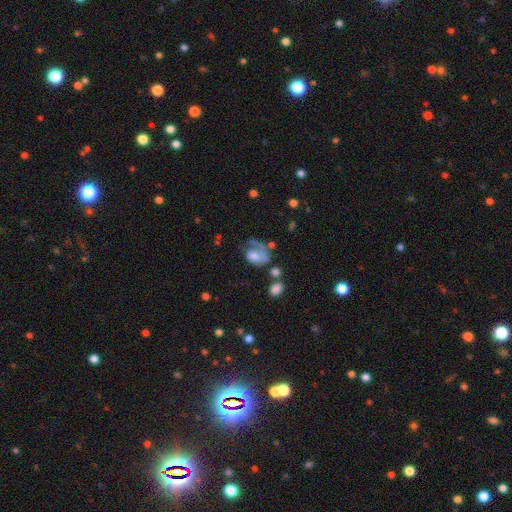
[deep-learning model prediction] This is possibly a featured or disk galaxy (56%). It is clearly not viewed edge-on (98%). Bar: likely no (70%). Spiral arm pattern: likely yes (79%). Central bulge: marginally moderate (33%). Merging: marginally major disturbance (40%).